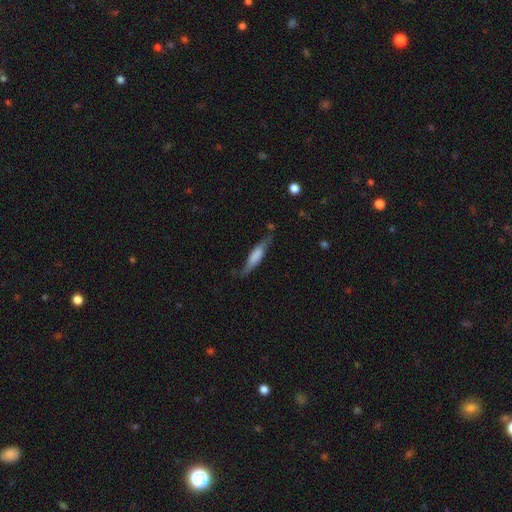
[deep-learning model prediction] smooth-or-featured: smooth: 55% | featured or disk: 39% | star or artifact: 6%
  how-rounded: cigar-shaped: 76% | in between: 22% | round: 2%
  merging: none: 65% | minor disturbance: 26% | major disturbance: 7% | merger: 3%